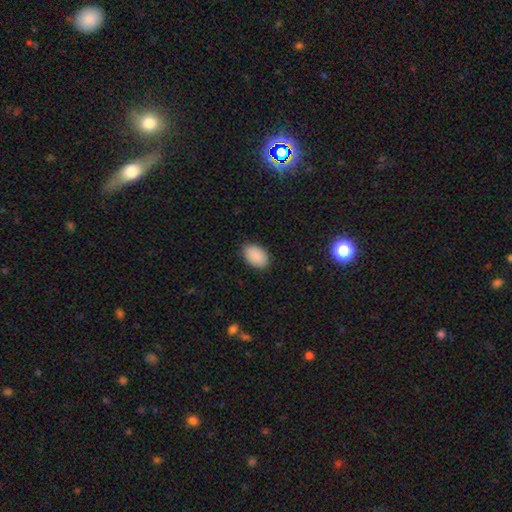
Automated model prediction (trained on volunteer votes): Smooth or featured? smooth (91%)
How rounded? in between (93%)
Merging? none (87%)